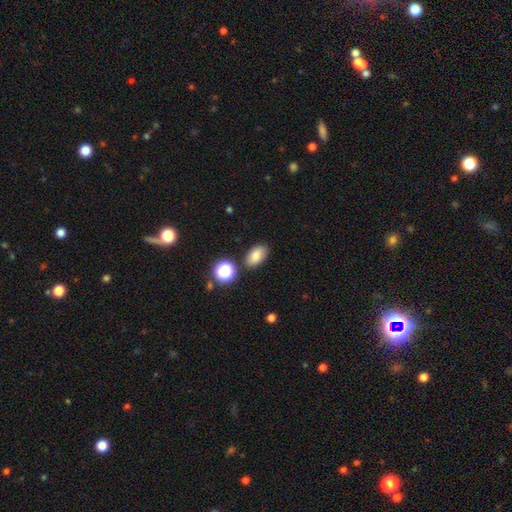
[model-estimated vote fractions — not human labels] A smooth galaxy with no disk features (80%) that is in between round and cigar-shaped (88%).

Vote fractions:
- Smooth or featured? smooth: 80% / star or artifact: 11% / featured or disk: 8%
- How rounded? in between: 88% / round: 10% / cigar-shaped: 2%
- Merging? none: 83% / minor disturbance: 10% / merger: 4% / major disturbance: 3%